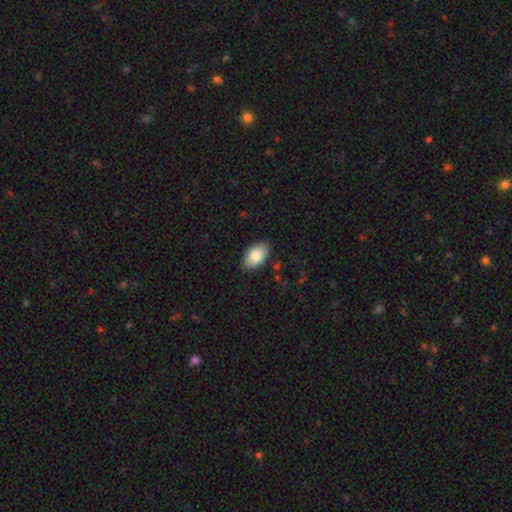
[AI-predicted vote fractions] Smooth or featured?
  - smooth: 84% *
  - featured or disk: 10%
  - star or artifact: 7%
How rounded?
  - in between: 92% *
  - round: 6%
  - cigar-shaped: 1%
Merging?
  - none: 83% *
  - minor disturbance: 13%
  - major disturbance: 2%
  - merger: 1%